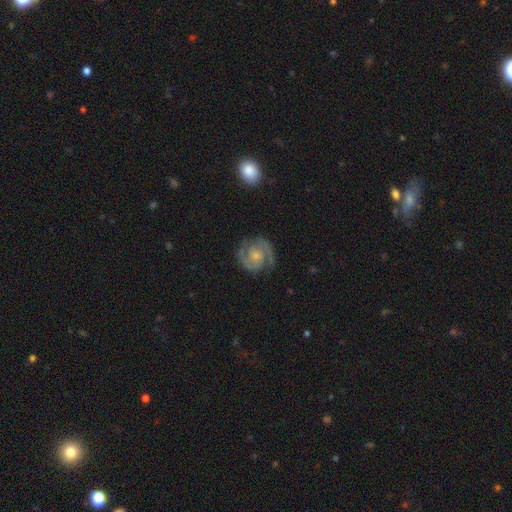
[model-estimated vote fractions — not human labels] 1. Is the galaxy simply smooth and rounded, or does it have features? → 89% featured or disk, 6% smooth, 5% star or artifact.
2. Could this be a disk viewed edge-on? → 98% no, 2% yes.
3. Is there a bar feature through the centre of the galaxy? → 63% no, 30% weak, 6% strong.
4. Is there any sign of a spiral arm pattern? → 98% yes, 2% no.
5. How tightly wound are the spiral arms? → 48% tight, 44% medium, 7% loose.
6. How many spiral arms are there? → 90% 2, 3% can't tell, 3% 3, 1% 1, 1% 4, 1% more than 4.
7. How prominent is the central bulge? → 56% small, 31% moderate, 9% none, 3% large, 1% dominant.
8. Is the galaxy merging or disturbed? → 81% none, 13% minor disturbance, 4% major disturbance, 1% merger.